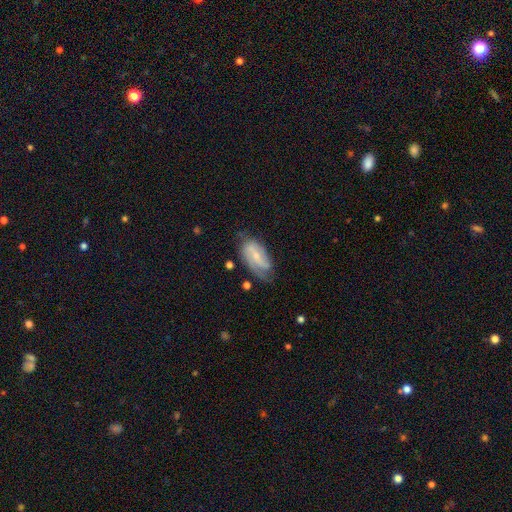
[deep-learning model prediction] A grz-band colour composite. It shows a featured or disk galaxy (66%) with a weak bar (43%), 2 (59%) medium (41%) spiral arms (88%) and a small central bulge (65%). Merging: none (57%).